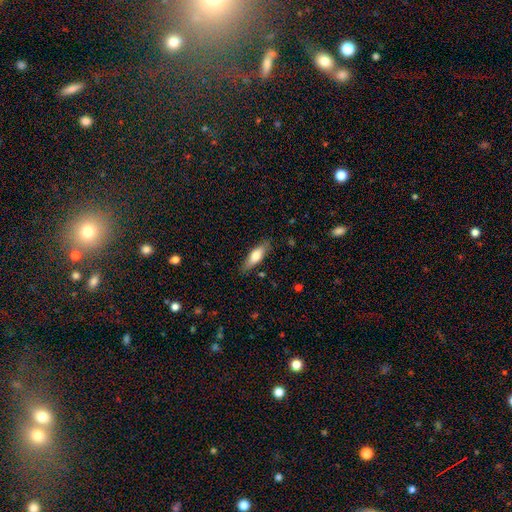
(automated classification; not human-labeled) smooth_or_featured: smooth (p=0.71) [alt: featured or disk p=0.23]
how_rounded: in between (p=0.53) [alt: cigar-shaped p=0.45]
merging: none (p=0.81) [alt: minor disturbance p=0.15]